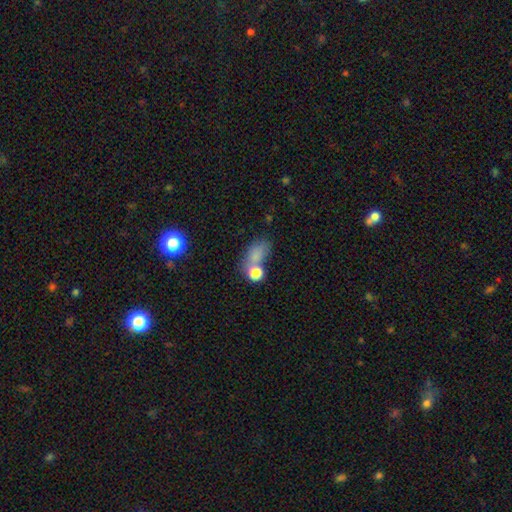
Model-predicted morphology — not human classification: Smooth or featured? Predicted: smooth (p=0.73). How rounded? Predicted: in between (p=0.71). Merging? Predicted: none (p=0.39).